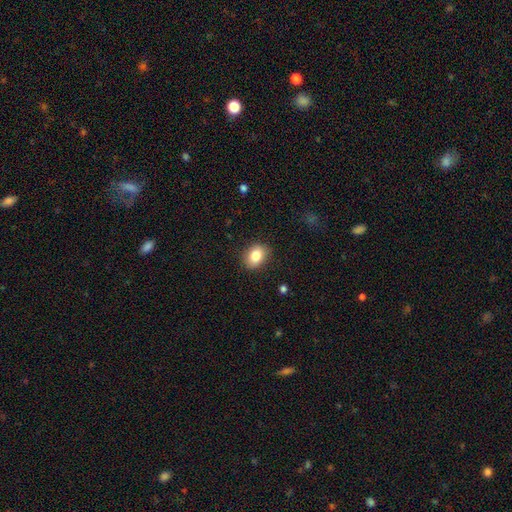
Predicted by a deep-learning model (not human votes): A smooth galaxy with no disk features (83%) that is in between round and cigar-shaped (63%).

Vote fractions:
- Smooth or featured? smooth: 83% / star or artifact: 9% / featured or disk: 8%
- How rounded? in between: 63% / round: 36% / cigar-shaped: 1%
- Merging? none: 86% / minor disturbance: 10% / major disturbance: 2% / merger: 1%